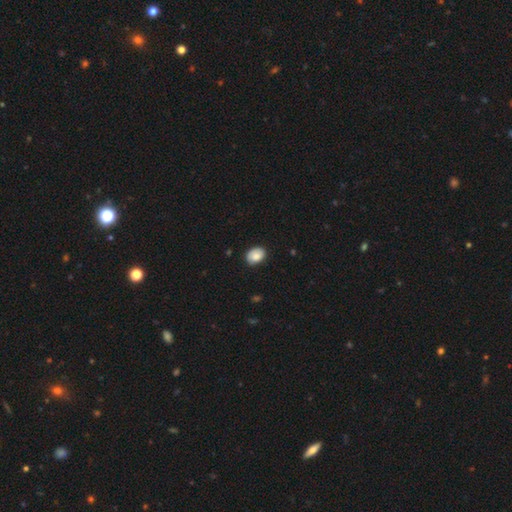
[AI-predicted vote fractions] Morphology: type=smooth (84%); roundness=in between (71%); merging=none (83%).